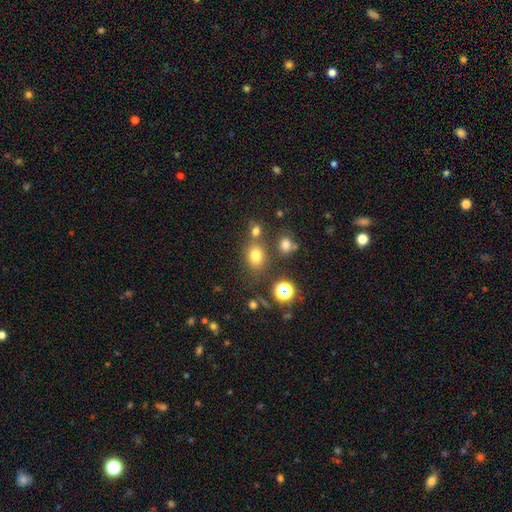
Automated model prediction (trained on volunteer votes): Overall: smooth (73%). How rounded: round (58%; in between 40%). Merging: none (70%).